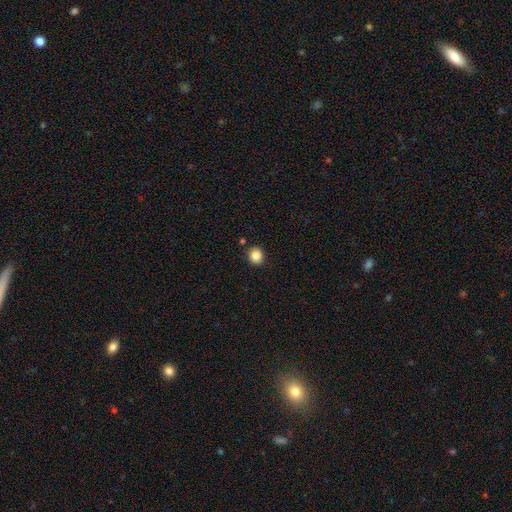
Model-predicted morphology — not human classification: This appears to be a smooth galaxy with no disk features (86%) that is round (78%). Merging: none (87%).